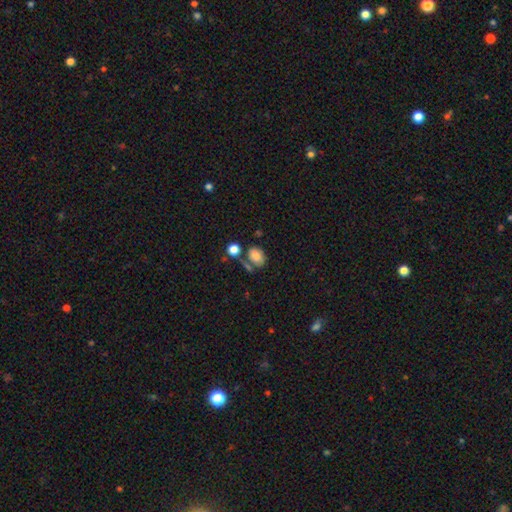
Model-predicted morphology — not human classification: The model was most divided on "merging": none: 46%, merger: 26%, minor disturbance: 18%, major disturbance: 10%. More confident: smooth or featured — smooth (79%); how rounded — in between (72%).